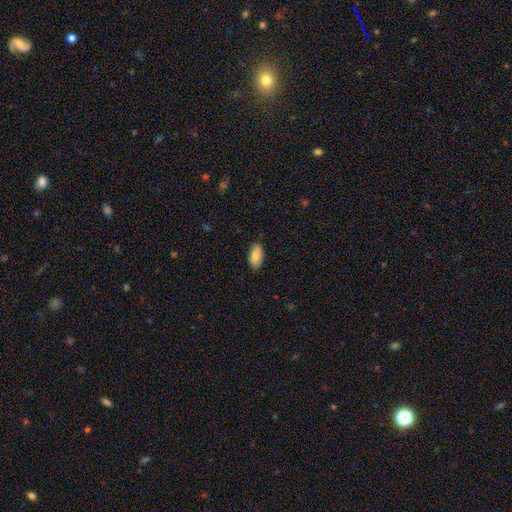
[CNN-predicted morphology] Smooth or featured? Predicted: smooth (p=0.85). How rounded? Predicted: in between (p=0.94). Merging? Predicted: none (p=0.87).